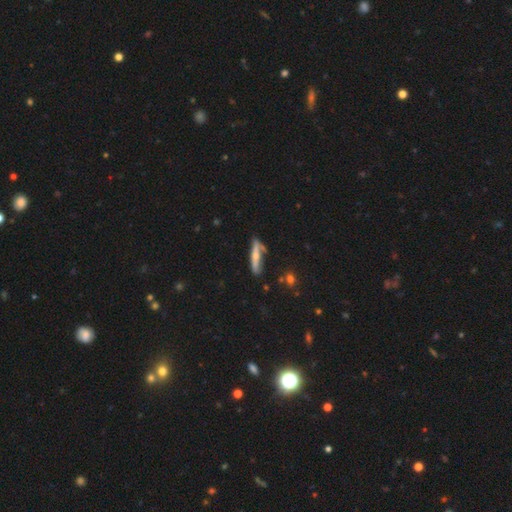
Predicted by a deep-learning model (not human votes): Overall: featured or disk (48%; smooth 45%). Merging: none (61%; minor disturbance 23%).